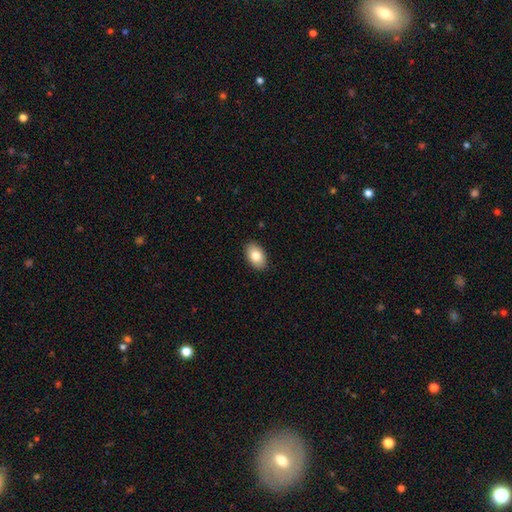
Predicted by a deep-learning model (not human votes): Morphology: type=smooth (81%); roundness=in between (91%); merging=none (90%).